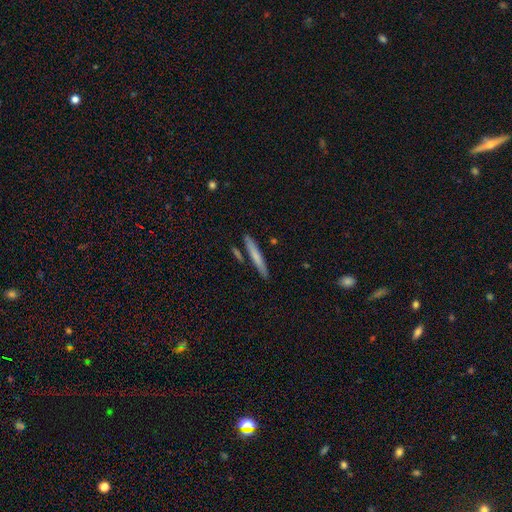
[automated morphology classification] A smooth galaxy with no disk features (66%) that is cigar-shaped (95%). Merging: none (84%).